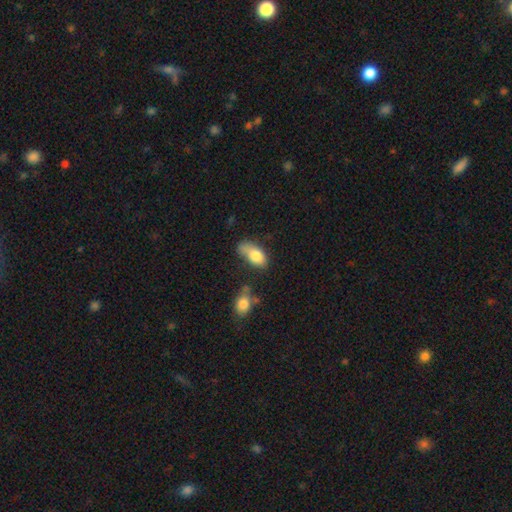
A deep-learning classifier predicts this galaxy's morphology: smooth 78%, featured or disk 14%, star or artifact 7%. Down the decision tree: how rounded — in between (89%); merging — none (36%).